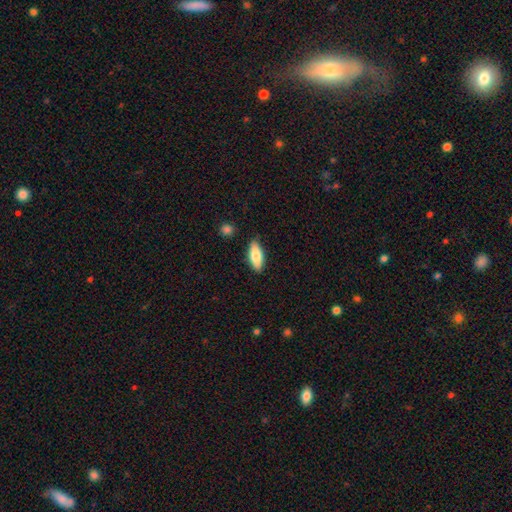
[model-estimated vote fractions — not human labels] Morphology: type=smooth (79%); roundness=in between (76%); merging=none (85%).